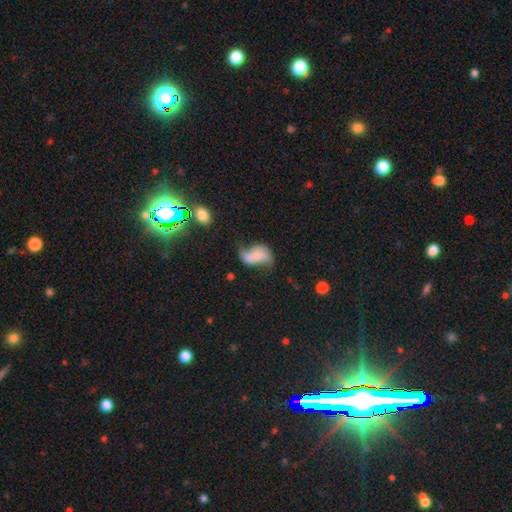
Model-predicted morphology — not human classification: Smooth or featured: featured or disk — 52% (smooth — 38%)
Edge-on disk: no — 96% (yes — 4%)
Bar: no — 61% (weak — 25%)
Spiral arms: yes — 78% (no — 22%)
Bulge size: none — 51% (small — 25%)
Merging: none — 34% (major disturbance — 28%)